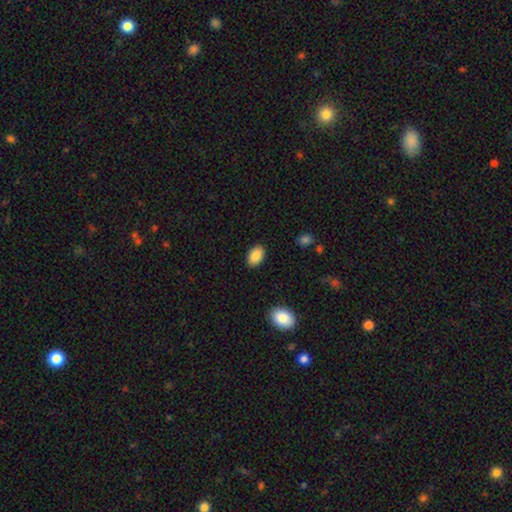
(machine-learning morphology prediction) This is clearly a smooth galaxy (89%). How rounded: clearly in between (88%). Merging: clearly none (88%).